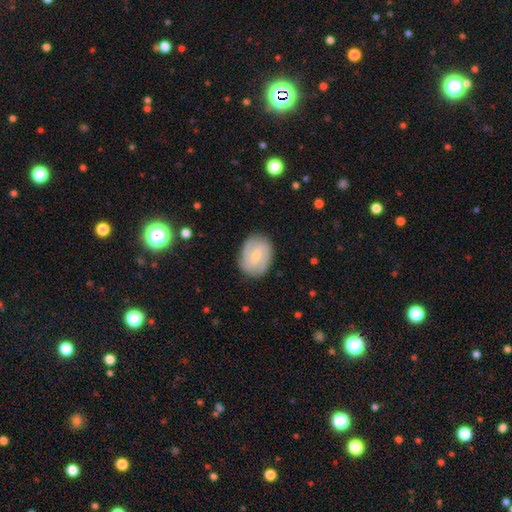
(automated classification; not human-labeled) A featured or disk galaxy (69%) with a weak bar (54%), 2 (55%) medium (43%, tied with tight) spiral arms (92%) and a small central bulge (62%).

Vote fractions:
- Smooth or featured? featured or disk: 69% / smooth: 25% / star or artifact: 6%
- Edge-on disk? no: 97% / yes: 3%
- Bar? weak: 54% / no: 35% / strong: 11%
- Spiral arms? yes: 92% / no: 8%
- Spiral winding? medium: 43% (tied) / tight: 43% (tied) / loose: 15%
- Spiral arm count? 2: 55% / can't tell: 18% / 3: 17% / 4: 4% / 1: 3% / more than 4: 3%
- Bulge size? small: 62% / moderate: 29% / none: 7% / large: 2% / dominant: 1%
- Merging? none: 82% / minor disturbance: 13% / major disturbance: 4% / merger: 1%